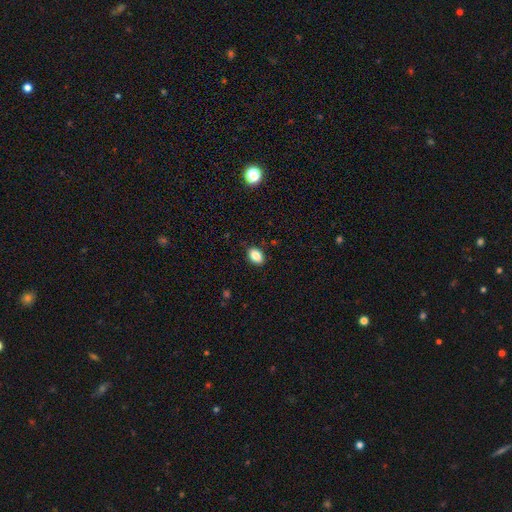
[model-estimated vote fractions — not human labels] smooth_or_featured: smooth (p=0.86) [alt: star or artifact p=0.09]
how_rounded: in between (p=0.85) [alt: round p=0.13]
merging: none (p=0.87) [alt: minor disturbance p=0.10]